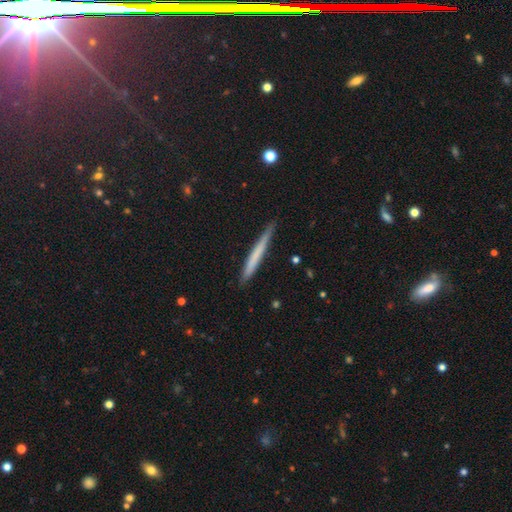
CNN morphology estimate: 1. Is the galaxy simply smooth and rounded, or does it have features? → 62% smooth, 32% featured or disk, 6% star or artifact.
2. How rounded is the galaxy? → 97% cigar-shaped, 2% in between, 1% round.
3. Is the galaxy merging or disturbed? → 87% none, 10% minor disturbance, 2% major disturbance, 1% merger.